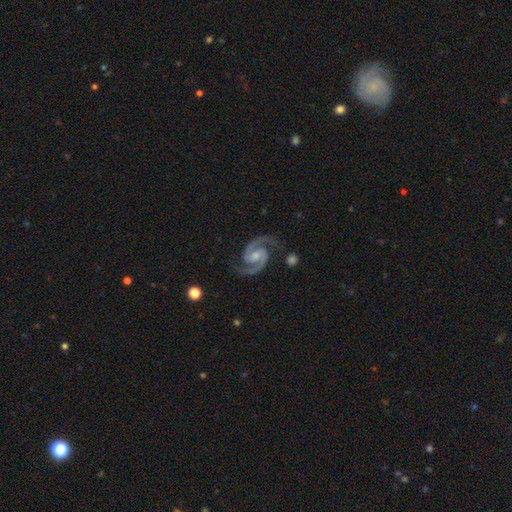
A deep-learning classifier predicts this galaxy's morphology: smooth_or_featured: featured or disk (p=0.94) [alt: star or artifact p=0.04]
disk_edge_on: no (p=0.98) [alt: yes p=0.02]
bar: weak (p=0.44) [alt: no p=0.39]
has_spiral_arms: yes (p=0.99) [alt: no p=0.01]
spiral_winding: medium (p=0.65) [alt: tight p=0.24]
spiral_arm_count: 2 (p=0.95) [alt: can't tell p=0.01]
bulge_size: moderate (p=0.41) [alt: small p=0.40]
merging: none (p=0.82) [alt: minor disturbance p=0.12]